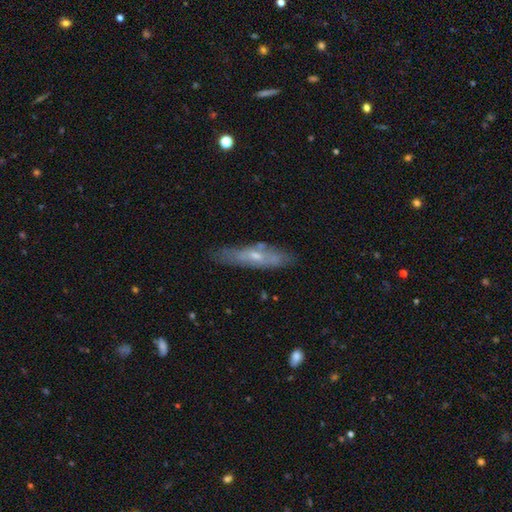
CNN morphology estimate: This is possibly a featured or disk galaxy (54%). It is possibly viewed edge-on (57%). Merging: likely none (77%).